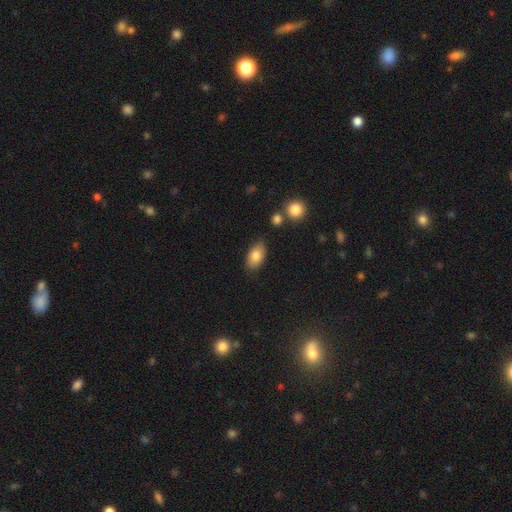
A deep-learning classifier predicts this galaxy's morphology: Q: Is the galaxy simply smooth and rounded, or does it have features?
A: smooth — 82%.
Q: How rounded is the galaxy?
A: in between — 92%.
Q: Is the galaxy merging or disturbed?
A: none — 81%.